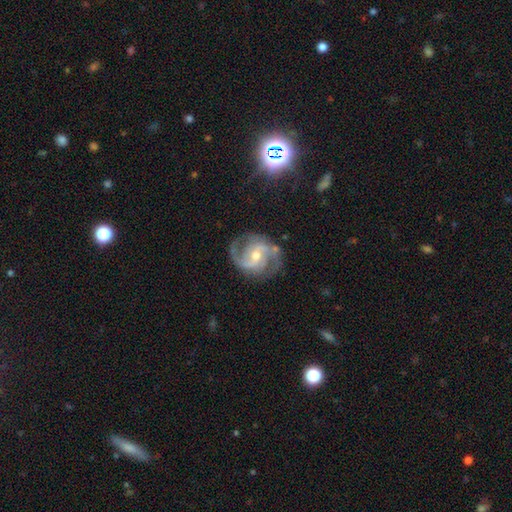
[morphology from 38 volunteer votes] Volunteers were most divided on "spiral winding": medium: 46%, loose: 31%, tight: 23%. More confident: smooth or featured — featured or disk (97%); edge-on disk — no (97%); spiral arms — yes (97%); spiral arm count — 2 (86%); merging — none (81%); bulge size — moderate (78%); bar — weak (58%).